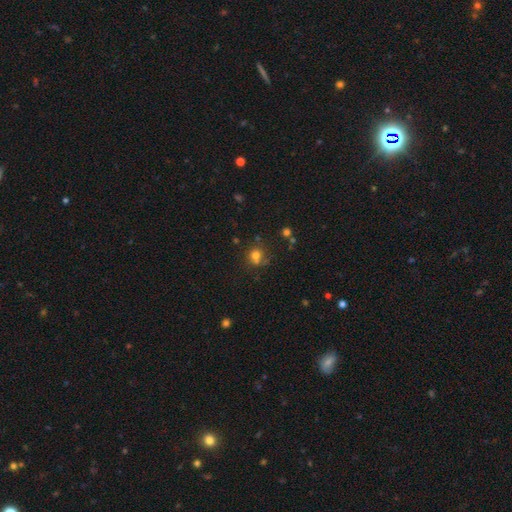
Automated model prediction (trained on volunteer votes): Overall: smooth (73%). How rounded: round (83%). Merging: none (61%).